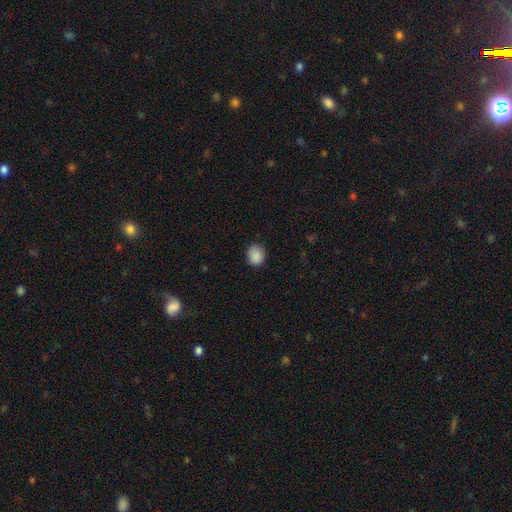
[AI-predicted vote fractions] smooth_or_featured: smooth (p=0.89) [alt: star or artifact p=0.08]
how_rounded: round (p=0.59) [alt: in between p=0.40]
merging: none (p=0.83) [alt: minor disturbance p=0.13]